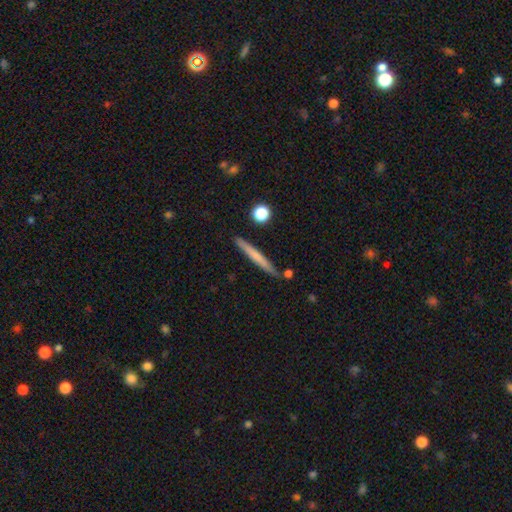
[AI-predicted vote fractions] The model was most divided on "smooth or featured": smooth: 60%, featured or disk: 34%, star or artifact: 6%. More confident: how rounded — cigar-shaped (96%); merging — none (85%).